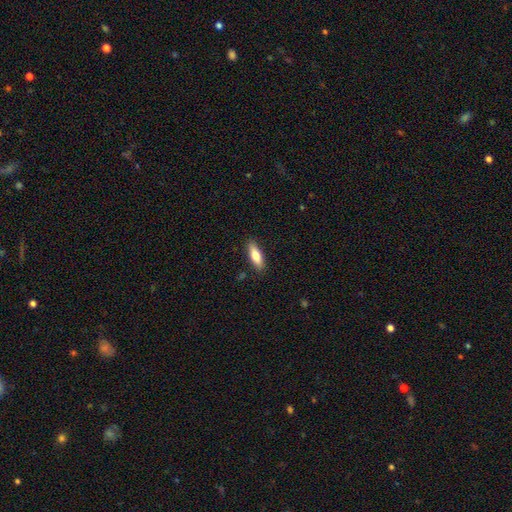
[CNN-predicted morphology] Overall: smooth (74%). How rounded: in between (53%; cigar-shaped 45%). Merging: none (88%).